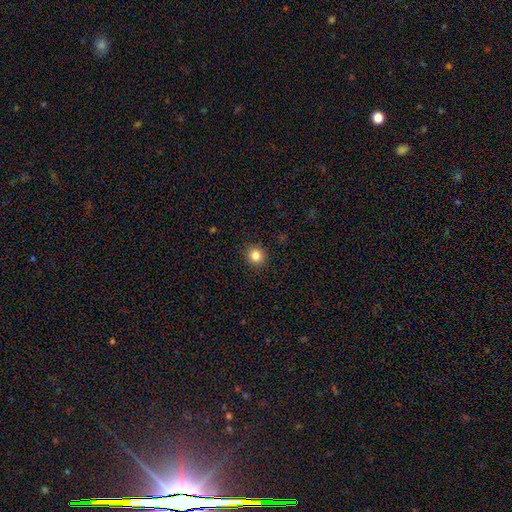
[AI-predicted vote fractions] This appears to be a smooth galaxy with no disk features (84%) that is round (90%). Merging: none (92%).